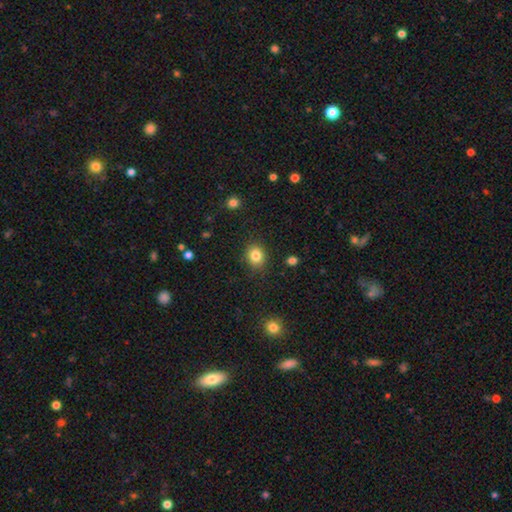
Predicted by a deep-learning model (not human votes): Smooth or featured? Predicted: smooth (p=0.83). How rounded? Predicted: round (p=0.67). Merging? Predicted: none (p=0.86).